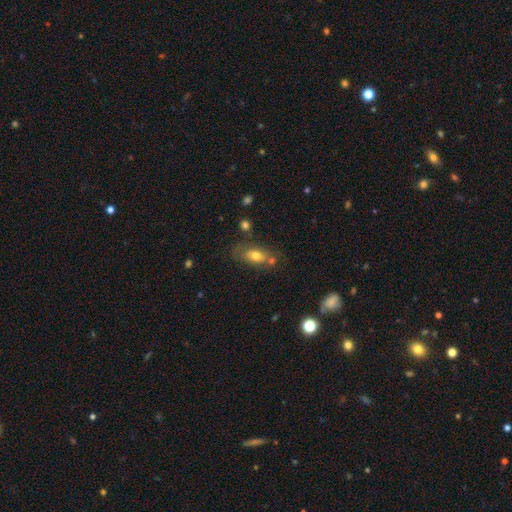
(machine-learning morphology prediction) smooth_or_featured: smooth (p=0.71) [alt: featured or disk p=0.20]
how_rounded: in between (p=0.81) [alt: round p=0.10]
merging: none (p=0.56) [alt: minor disturbance p=0.19]